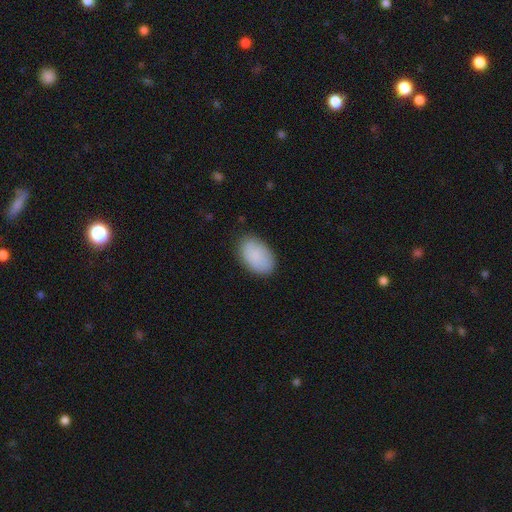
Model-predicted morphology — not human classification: Smooth or featured?
  - smooth: 87% *
  - featured or disk: 7%
  - star or artifact: 6%
How rounded?
  - in between: 92% *
  - round: 7%
  - cigar-shaped: 1%
Merging?
  - none: 81% *
  - minor disturbance: 14%
  - major disturbance: 3%
  - merger: 1%